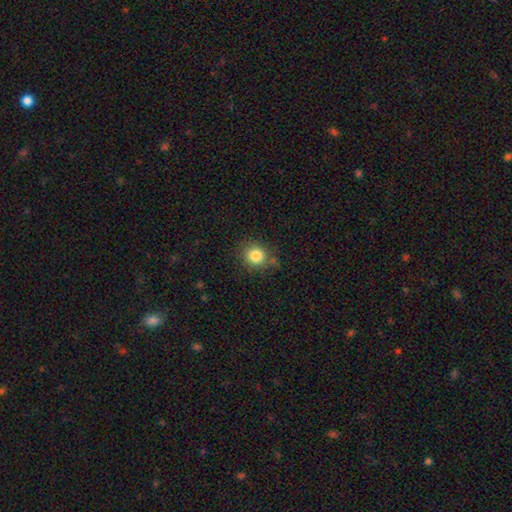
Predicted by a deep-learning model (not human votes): Smooth or featured?
  - smooth: 84% *
  - star or artifact: 11%
  - featured or disk: 6%
How rounded?
  - round: 85% *
  - in between: 14%
  - cigar-shaped: 1%
Merging?
  - none: 79% *
  - minor disturbance: 14%
  - major disturbance: 4%
  - merger: 3%